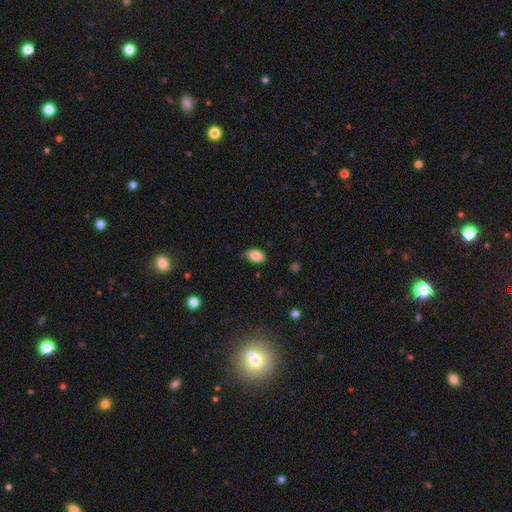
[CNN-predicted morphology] Smooth or featured? Predicted: smooth (p=0.86). How rounded? Predicted: in between (p=0.91). Merging? Predicted: none (p=0.77).